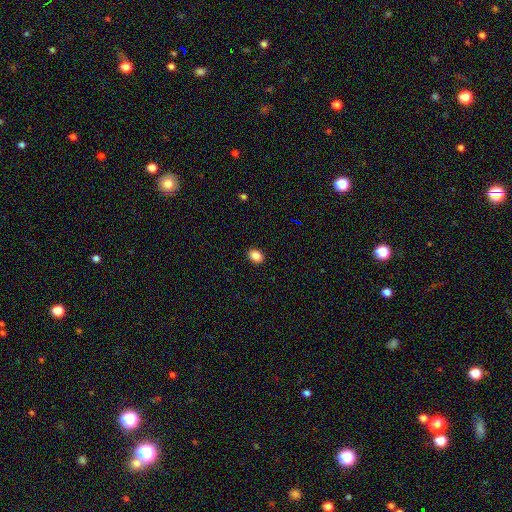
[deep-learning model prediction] This appears to be a smooth galaxy with no disk features (87%) that is in between round and cigar-shaped (65%). Merging: none (91%).